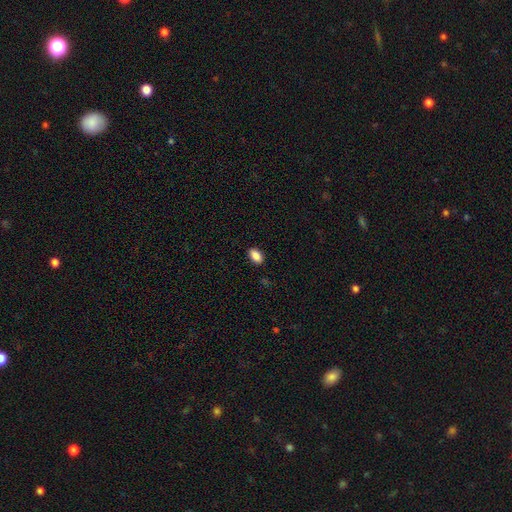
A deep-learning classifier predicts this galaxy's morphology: A smooth galaxy with no disk features (88%) that is in between round and cigar-shaped (91%). Merging: none (89%).